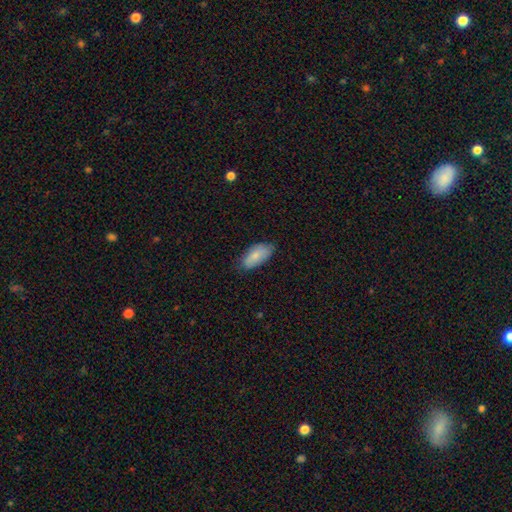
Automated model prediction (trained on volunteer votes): Smooth or featured? Predicted: smooth (p=0.82). How rounded? Predicted: in between (p=0.91). Merging? Predicted: none (p=0.72).